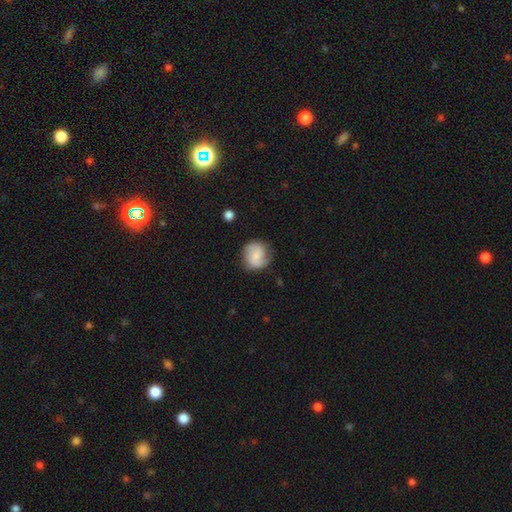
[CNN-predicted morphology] Q: Smooth or featured?
A: smooth (63%); runner-up: featured or disk (30%)
Q: How rounded?
A: round (84%); runner-up: in between (15%)
Q: Merging?
A: none (71%); runner-up: minor disturbance (21%)